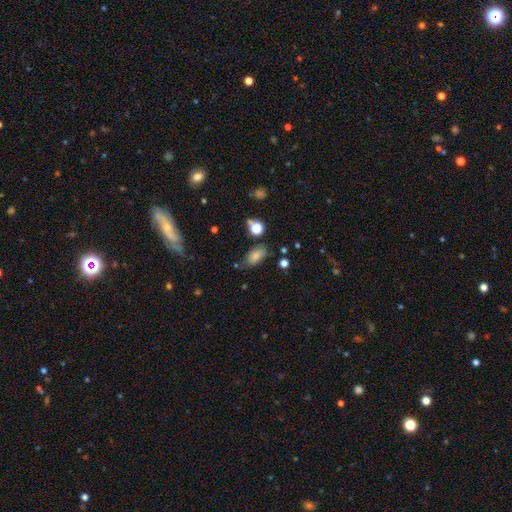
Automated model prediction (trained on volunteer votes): This is likely a smooth galaxy (79%). How rounded: clearly in between (88%). Merging: likely none (69%).